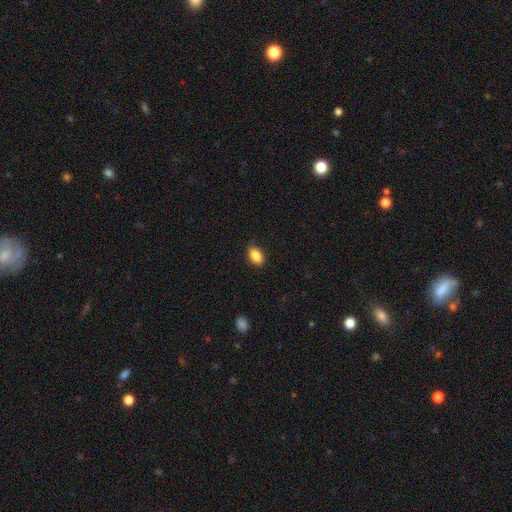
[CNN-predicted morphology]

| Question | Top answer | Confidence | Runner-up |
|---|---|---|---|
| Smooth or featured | smooth | 85% | star or artifact (8%) |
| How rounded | in between | 86% | round (11%) |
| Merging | none | 78% | minor disturbance (18%) |